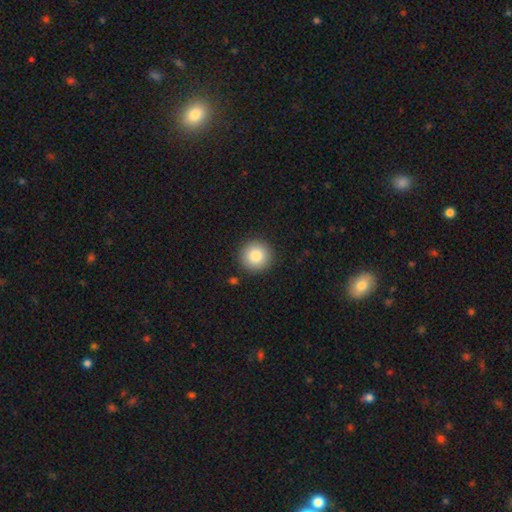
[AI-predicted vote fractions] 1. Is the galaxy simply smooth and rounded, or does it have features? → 84% smooth, 9% star or artifact, 7% featured or disk.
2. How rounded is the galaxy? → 95% round, 4% in between, 1% cigar-shaped.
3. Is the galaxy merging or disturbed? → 91% none, 6% minor disturbance, 2% major disturbance, 1% merger.